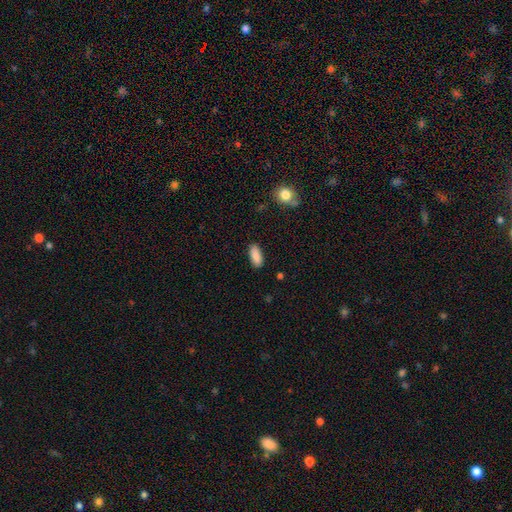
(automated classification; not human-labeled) Overall: smooth (89%). How rounded: in between (84%). Merging: none (86%).